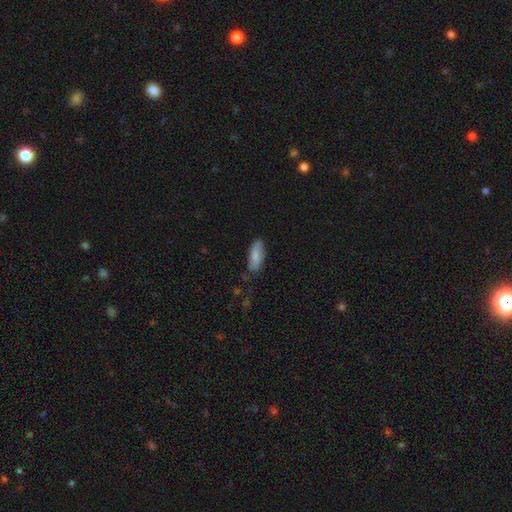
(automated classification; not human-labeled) Smooth or featured?
  - smooth: 80% *
  - featured or disk: 14%
  - star or artifact: 6%
How rounded?
  - in between: 77% *
  - cigar-shaped: 21%
  - round: 2%
Merging?
  - none: 70% *
  - minor disturbance: 24%
  - major disturbance: 5%
  - merger: 2%